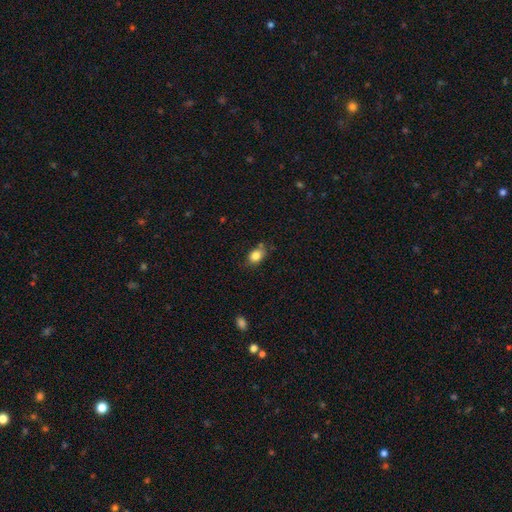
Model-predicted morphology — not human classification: Q: Smooth or featured?
A: smooth (83%); runner-up: star or artifact (9%)
Q: How rounded?
A: in between (75%); runner-up: round (23%)
Q: Merging?
A: none (67%); runner-up: minor disturbance (22%)